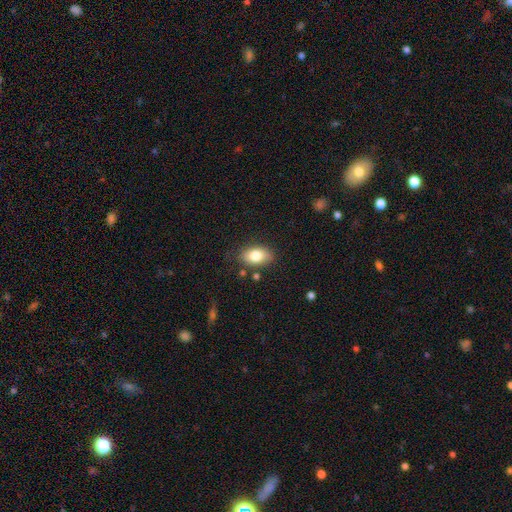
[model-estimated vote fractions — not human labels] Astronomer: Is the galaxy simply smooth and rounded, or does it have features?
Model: smooth — 80%.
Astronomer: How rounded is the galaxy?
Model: in between — 90%.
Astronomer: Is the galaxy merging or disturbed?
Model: none — 80%.